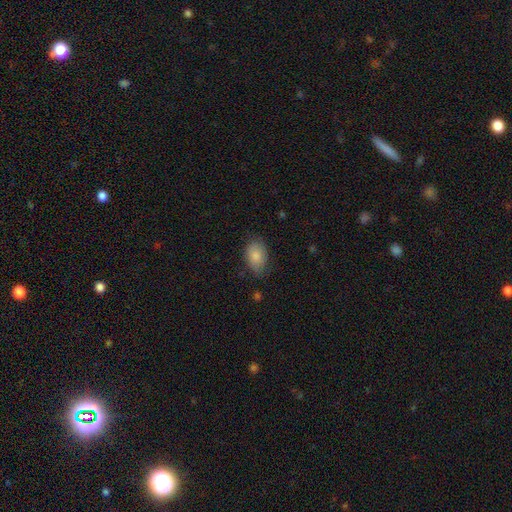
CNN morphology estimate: type=smooth (84%); roundness=in between (87%); merging=none (71%).